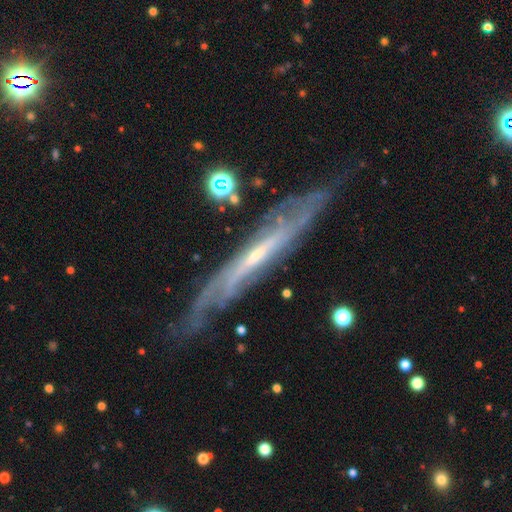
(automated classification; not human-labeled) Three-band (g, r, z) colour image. It shows a featured or disk galaxy (84%) viewed edge-on (51%). Merging: none (75%).